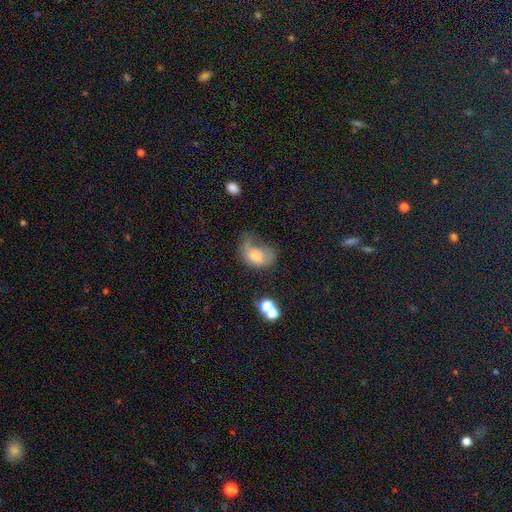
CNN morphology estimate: smooth-or-featured: smooth: 65% | featured or disk: 24% | star or artifact: 11%
  how-rounded: in between: 72% | round: 26% | cigar-shaped: 1%
  merging: major disturbance: 37% | minor disturbance: 31% | none: 23% | merger: 8%